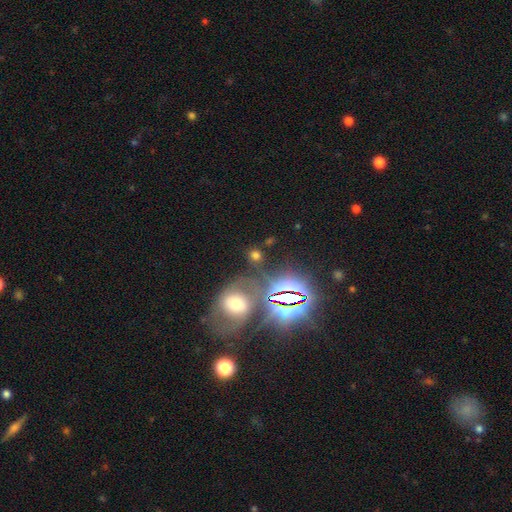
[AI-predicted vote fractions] A smooth galaxy with no disk features (55%) that is round (74%).

Vote fractions:
- Smooth or featured? smooth: 55% / star or artifact: 35% / featured or disk: 10%
- How rounded? round: 74% / in between: 23% / cigar-shaped: 2%
- Merging? none: 70% / minor disturbance: 11% / merger: 11% / major disturbance: 8%